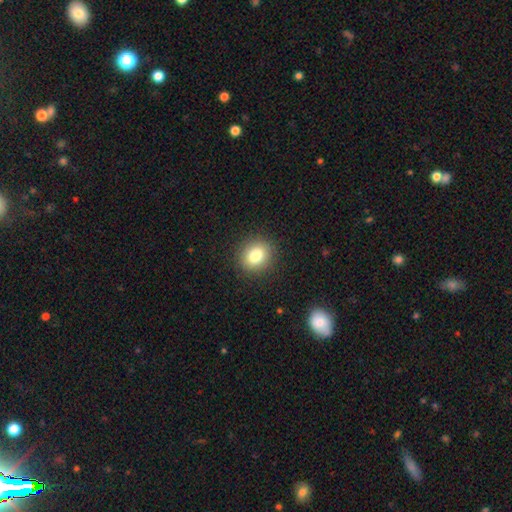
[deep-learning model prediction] Overall: smooth (82%). How rounded: round (67%; in between 33%). Merging: none (89%).